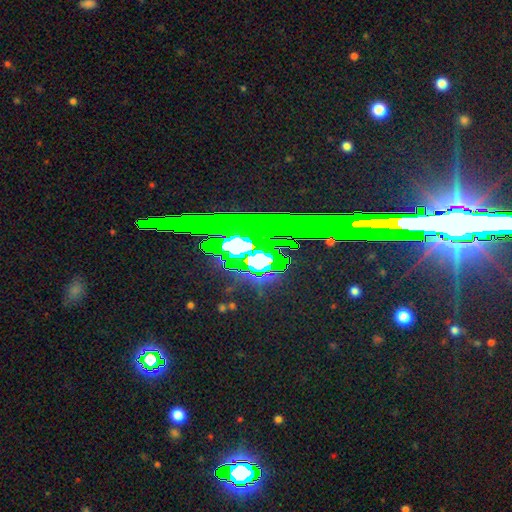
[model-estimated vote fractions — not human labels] Morphology: type=star or artifact (69%).